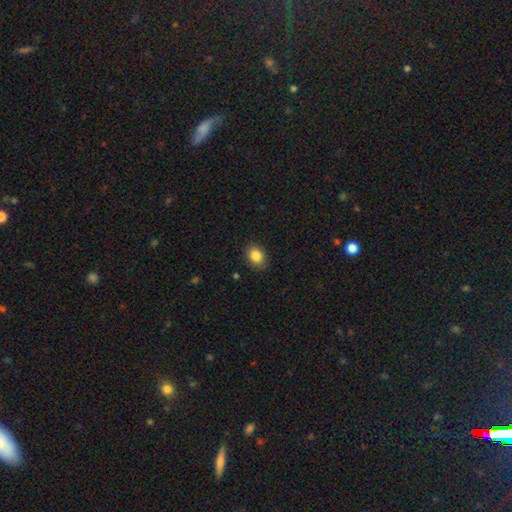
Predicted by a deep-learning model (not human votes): A smooth galaxy with no disk features (86%) that is in between round and cigar-shaped (60%). Merging: none (86%).